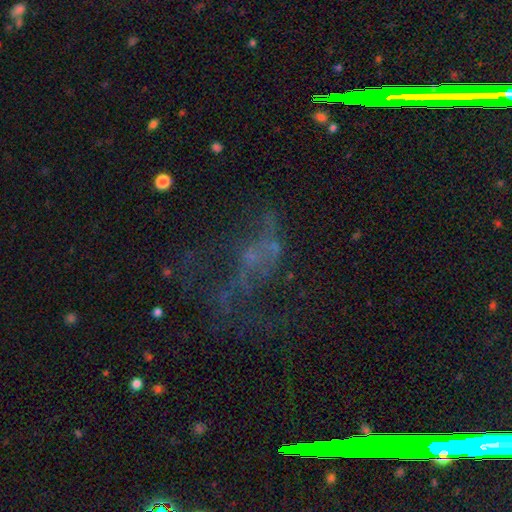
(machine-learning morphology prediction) Overall: featured or disk (50%; star or artifact 29%). Merging: major disturbance (43%; none 36%).